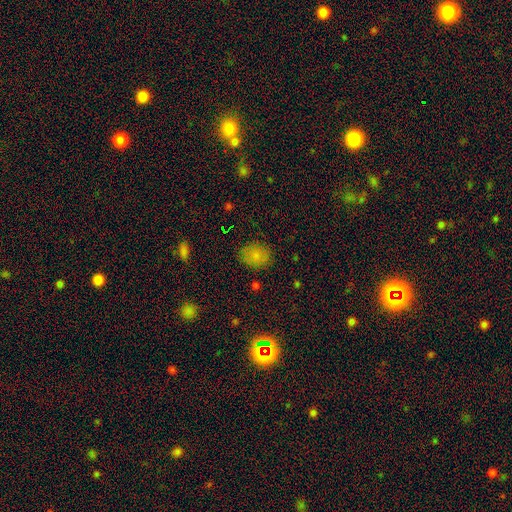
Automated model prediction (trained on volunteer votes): A smooth galaxy with no disk features (81%) that is in between round and cigar-shaped (52%). Merging: none (83%).